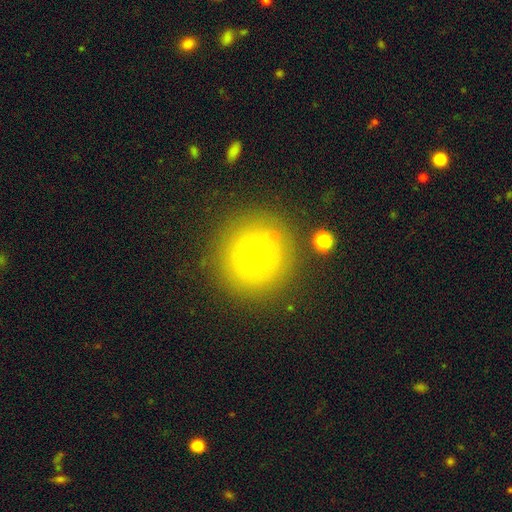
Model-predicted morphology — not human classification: This appears to be a smooth galaxy with no disk features (66%) that is round (96%). Merging: none (88%).